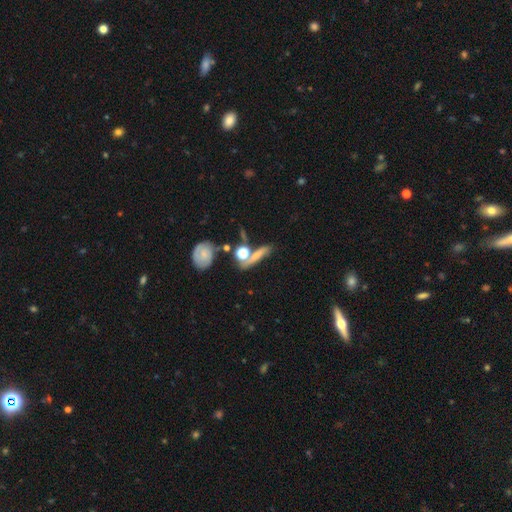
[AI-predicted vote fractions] smooth_or_featured: smooth (p=0.56) [alt: featured or disk p=0.29]
how_rounded: cigar-shaped (p=0.53) [alt: round p=0.26]
merging: none (p=0.54) [alt: merger p=0.22]